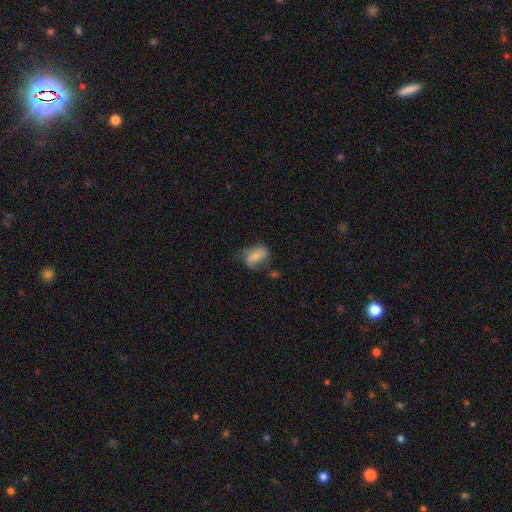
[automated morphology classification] Overall: smooth (55%; featured or disk 36%). How rounded: in between (83%). Merging: none (42%; minor disturbance 31%).